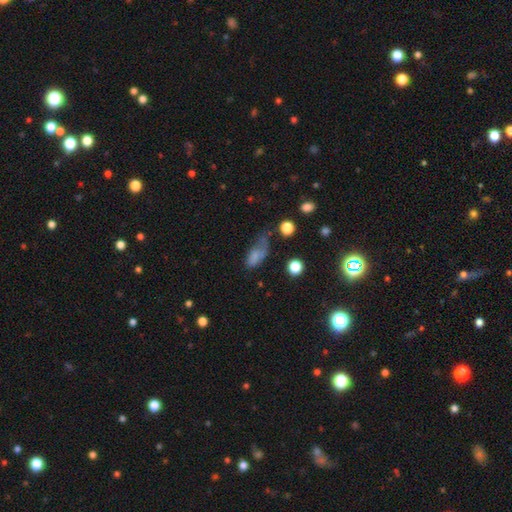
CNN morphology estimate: This appears to be a smooth galaxy with no disk features (68%) that is in between round and cigar-shaped (82%). Merging: major disturbance (39%).